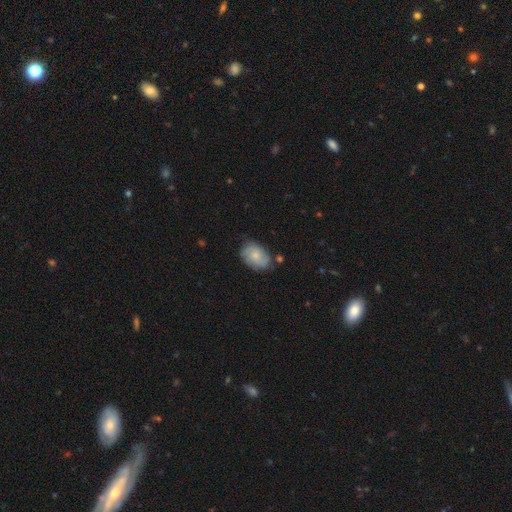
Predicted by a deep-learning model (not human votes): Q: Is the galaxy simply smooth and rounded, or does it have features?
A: smooth — 50%.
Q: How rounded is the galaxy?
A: in between — 76%.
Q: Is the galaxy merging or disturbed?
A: none — 70%.